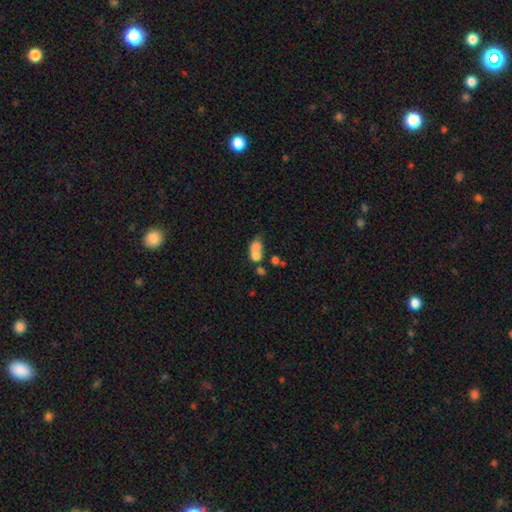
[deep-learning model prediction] The model was most divided on "how rounded": in between: 63%, round: 34%, cigar-shaped: 3%. More confident: smooth or featured — smooth (67%); merging — merger (58%).